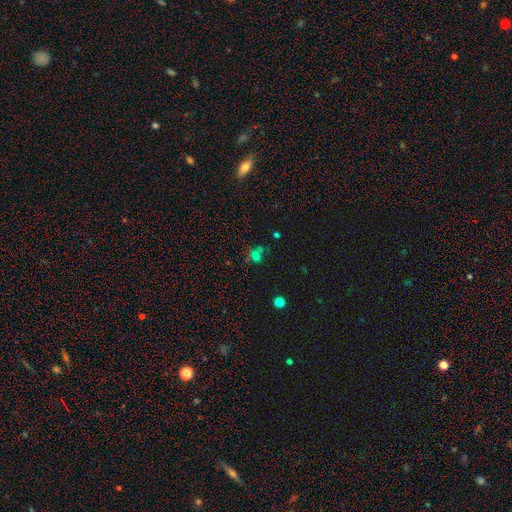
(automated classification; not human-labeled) A smooth galaxy with no disk features (48%). Merging: none (46%).